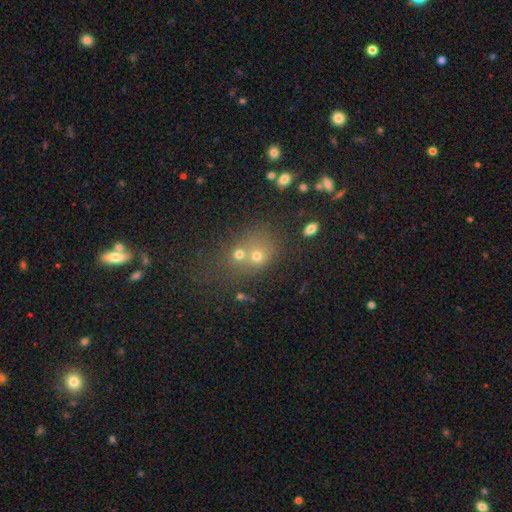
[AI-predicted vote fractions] smooth_or_featured: smooth (p=0.59) [alt: star or artifact p=0.23]
how_rounded: round (p=0.70) [alt: in between p=0.29]
merging: merger (p=0.51) [alt: none p=0.36]